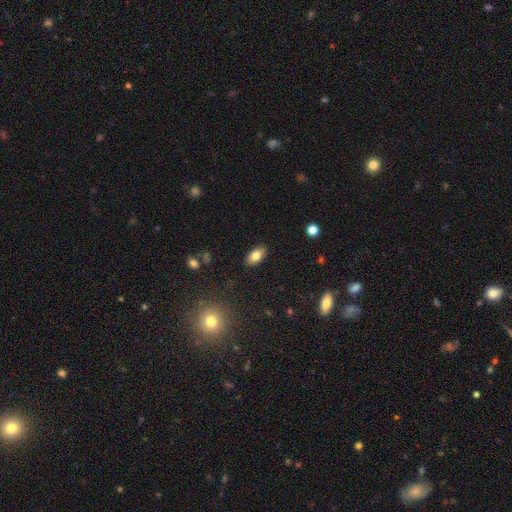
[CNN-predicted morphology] Overall: smooth (80%). How rounded: in between (92%). Merging: none (88%).